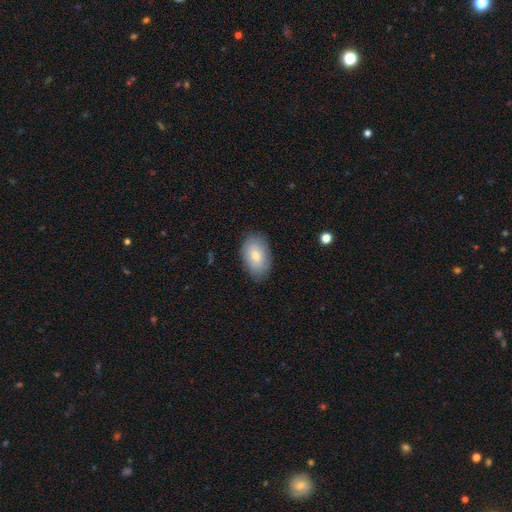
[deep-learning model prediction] smooth_or_featured: smooth (p=0.79) [alt: featured or disk p=0.15]
how_rounded: in between (p=0.92) [alt: round p=0.06]
merging: none (p=0.82) [alt: minor disturbance p=0.14]